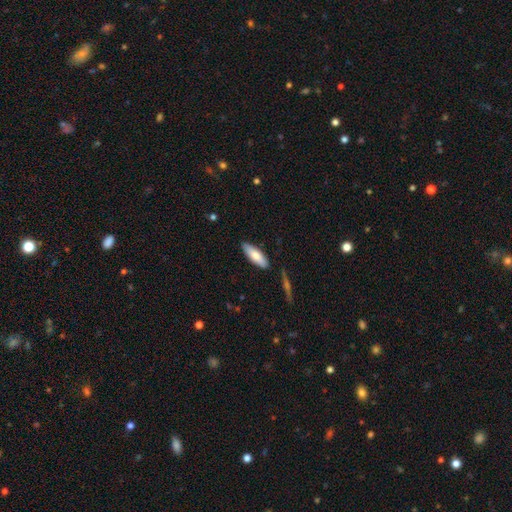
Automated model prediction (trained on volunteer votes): smooth 76%, featured or disk 18%, star or artifact 6%. Down the decision tree: how rounded — in between (64%); merging — none (84%).